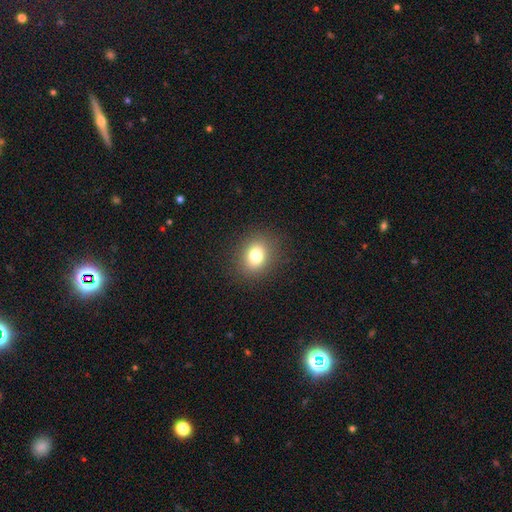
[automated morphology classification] The model was most divided on "how rounded": round: 55%, in between: 44%, cigar-shaped: 1%. More confident: merging — none (88%); smooth or featured — smooth (79%).